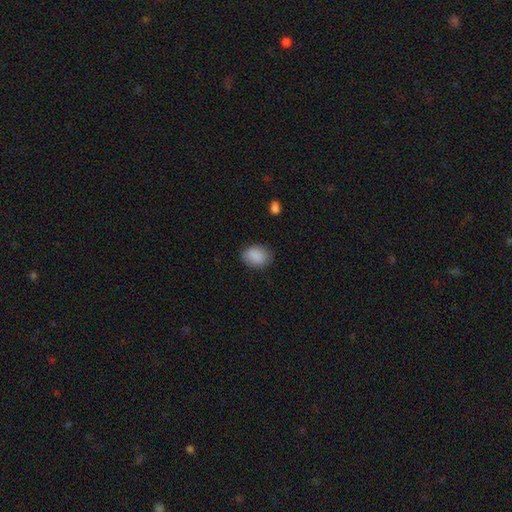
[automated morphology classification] Overall: smooth (88%). How rounded: in between (65%; round 34%). Merging: none (81%).